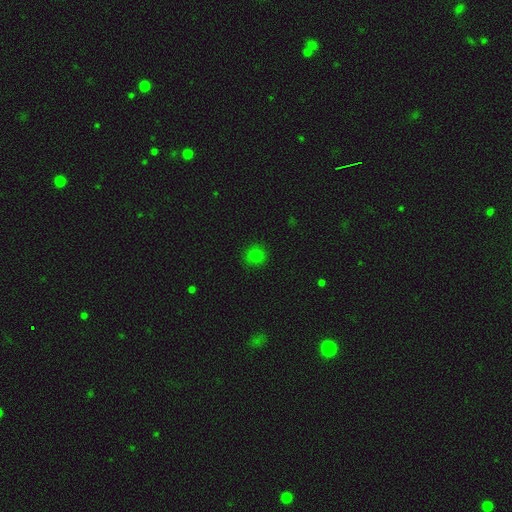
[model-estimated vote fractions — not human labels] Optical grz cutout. It shows a smooth galaxy with no disk features (79%) that is round (85%). Merging: none (88%).